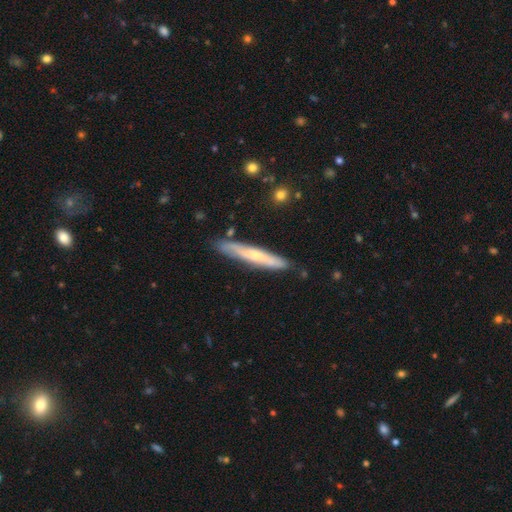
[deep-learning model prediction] A featured or disk galaxy (52%) viewed edge-on (82%). Merging: none (83%).